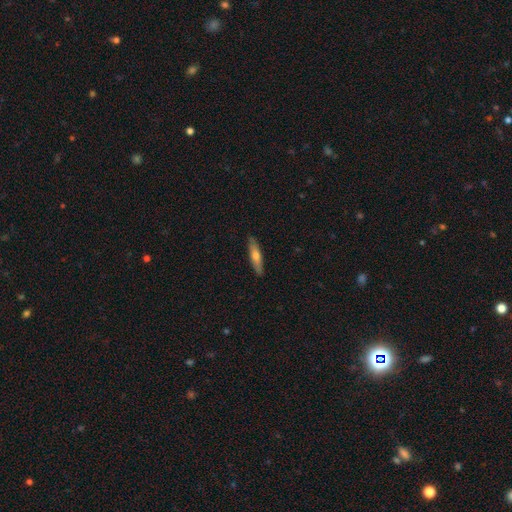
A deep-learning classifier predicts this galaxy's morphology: Q: Smooth or featured?
A: smooth (55%); runner-up: featured or disk (39%)
Q: How rounded?
A: cigar-shaped (83%); runner-up: in between (16%)
Q: Merging?
A: none (89%); runner-up: minor disturbance (8%)